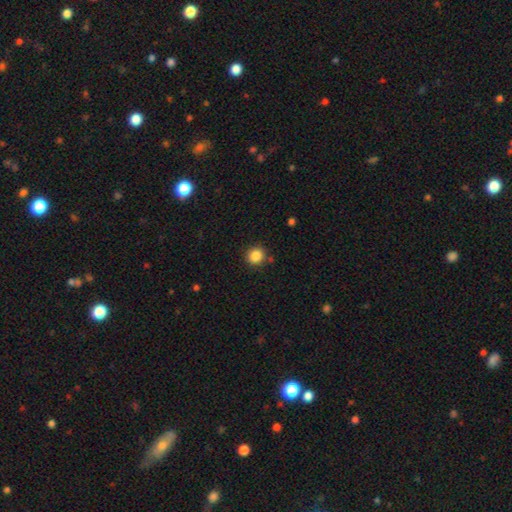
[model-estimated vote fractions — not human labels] Q: Smooth or featured?
A: smooth (86%); runner-up: star or artifact (10%)
Q: How rounded?
A: round (85%); runner-up: in between (14%)
Q: Merging?
A: none (86%); runner-up: minor disturbance (9%)